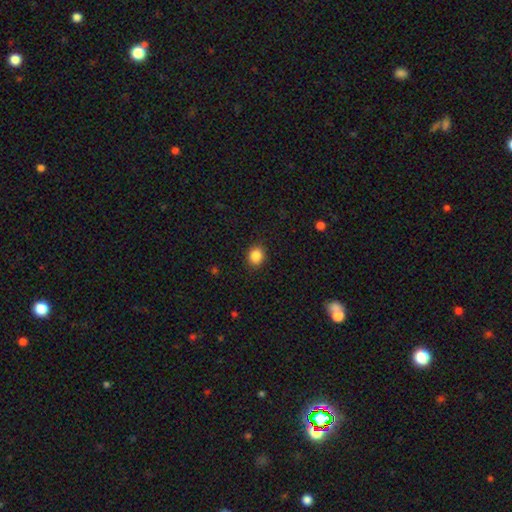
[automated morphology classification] smooth-or-featured: smooth: 87% | star or artifact: 9% | featured or disk: 4%
  how-rounded: round: 67% | in between: 32% | cigar-shaped: 1%
  merging: none: 89% | minor disturbance: 8% | major disturbance: 2% | merger: 1%